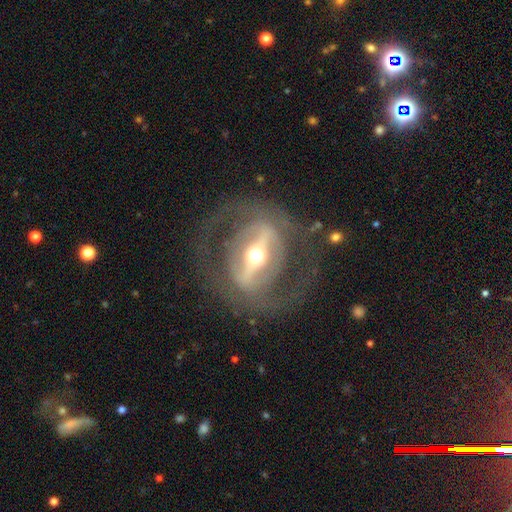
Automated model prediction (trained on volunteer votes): Smooth or featured? featured or disk (83%)
Edge-on disk? no (84%)
Bar? strong (80%)
Spiral arms? no (61%)
Bulge size? moderate (68%)
Merging? none (73%)